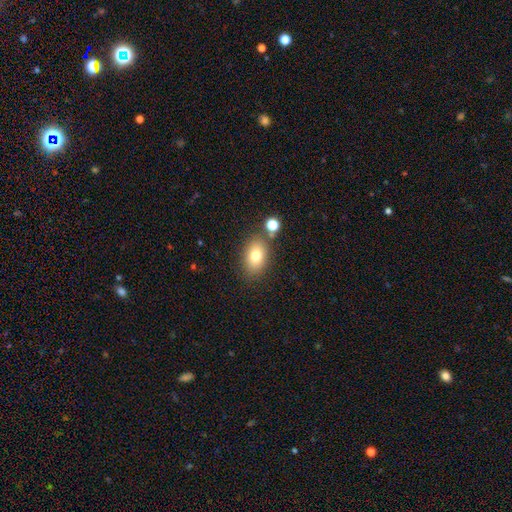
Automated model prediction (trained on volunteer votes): Morphology: type=smooth (79%); roundness=in between (84%); merging=none (76%).